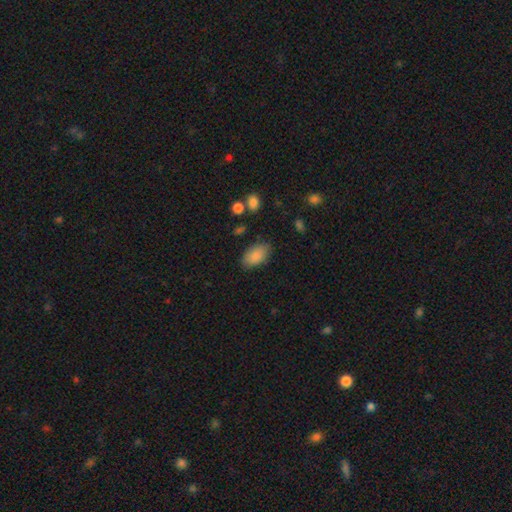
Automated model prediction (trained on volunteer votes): smooth-or-featured: smooth: 87% | star or artifact: 7% | featured or disk: 6%
  how-rounded: in between: 93% | round: 5% | cigar-shaped: 2%
  merging: none: 80% | minor disturbance: 14% | major disturbance: 4% | merger: 2%